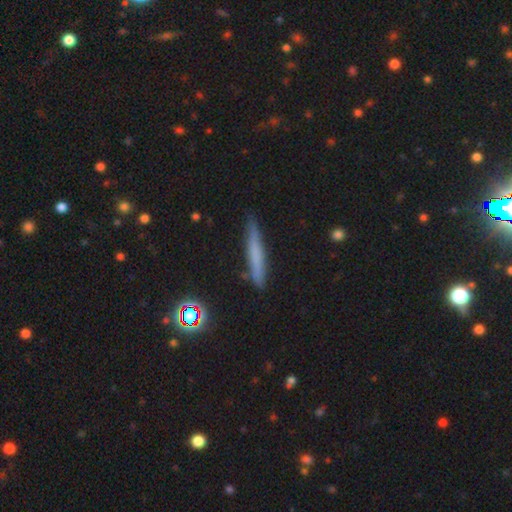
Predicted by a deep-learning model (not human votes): smooth_or_featured: smooth (p=0.56) [alt: featured or disk p=0.32]
how_rounded: cigar-shaped (p=0.94) [alt: in between p=0.04]
merging: none (p=0.82) [alt: minor disturbance p=0.13]